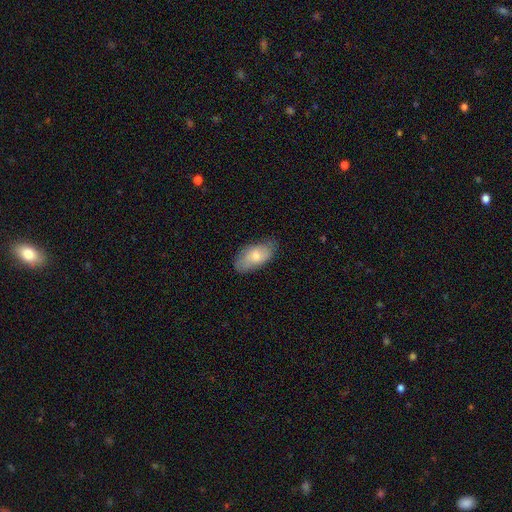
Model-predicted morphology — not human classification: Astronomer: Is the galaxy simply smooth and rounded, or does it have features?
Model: smooth — 69%.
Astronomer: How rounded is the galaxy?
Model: in between — 93%.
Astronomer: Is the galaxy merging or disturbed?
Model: none — 72%.